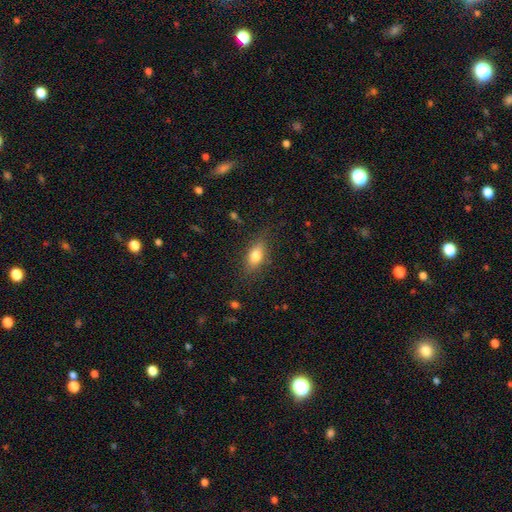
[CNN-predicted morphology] Smooth or featured? Predicted: smooth (p=0.75). How rounded? Predicted: in between (p=0.80). Merging? Predicted: none (p=0.79).